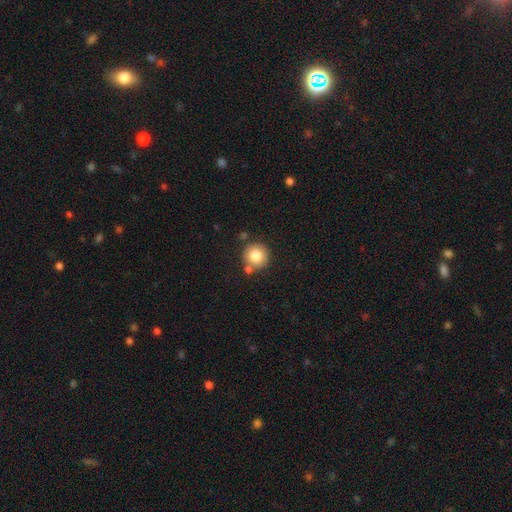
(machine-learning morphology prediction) This is clearly a smooth galaxy (82%). How rounded: clearly round (94%). Merging: likely none (75%).